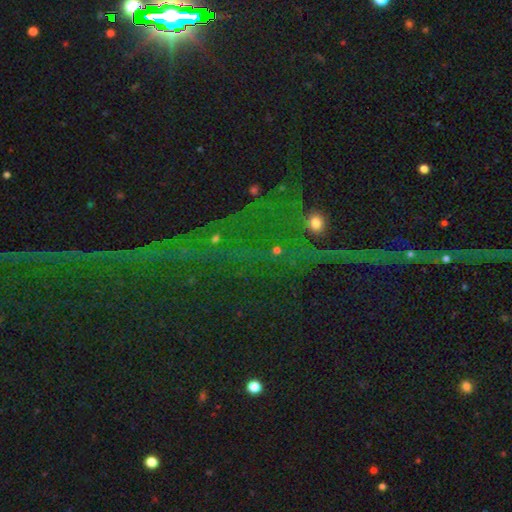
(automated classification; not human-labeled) star or artifact 81%, featured or disk 10%, smooth 9%.